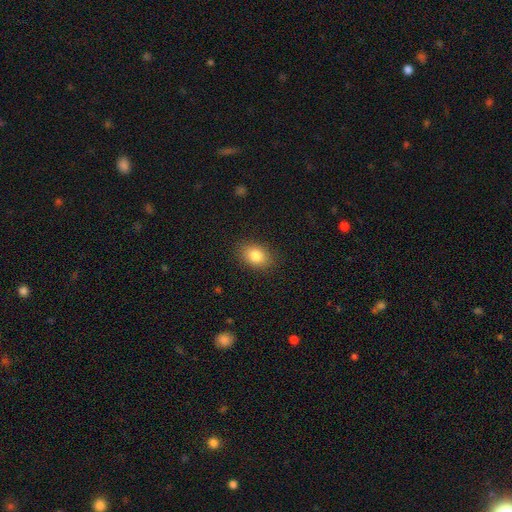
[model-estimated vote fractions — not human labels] Overall: smooth (82%). How rounded: in between (74%). Merging: none (87%).